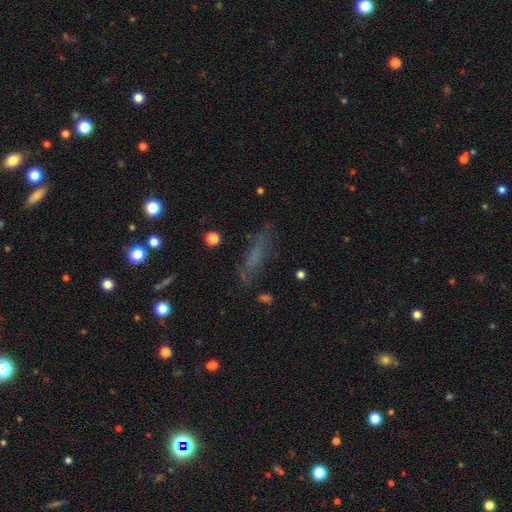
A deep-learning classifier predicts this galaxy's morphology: This is possibly a smooth galaxy (52%). How rounded: likely cigar-shaped (64%). Merging: likely none (69%).